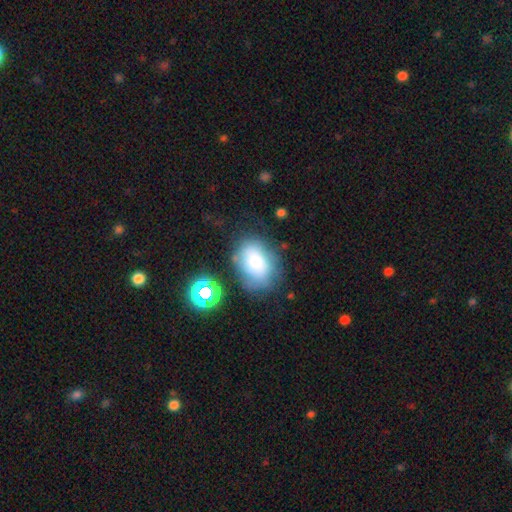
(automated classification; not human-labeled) A smooth galaxy with no disk features (68%) that is in between round and cigar-shaped (73%).

Vote fractions:
- Smooth or featured? smooth: 68% / featured or disk: 21% / star or artifact: 11%
- How rounded? in between: 73% / round: 26% / cigar-shaped: 1%
- Merging? none: 56% / minor disturbance: 25% / major disturbance: 13% / merger: 6%